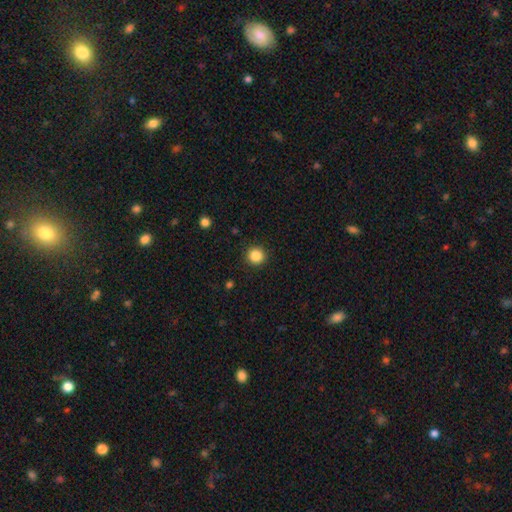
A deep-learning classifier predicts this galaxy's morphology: This is clearly a smooth galaxy (86%). How rounded: clearly round (94%). Merging: clearly none (91%).